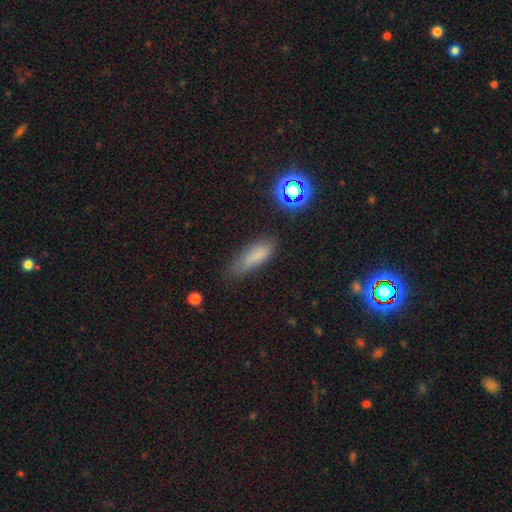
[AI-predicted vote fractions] smooth 77%, star or artifact 13%, featured or disk 10%. Down the decision tree: how rounded — in between (52%); merging — none (65%).